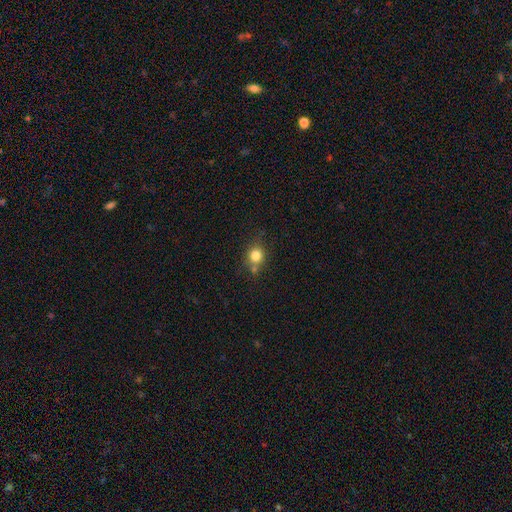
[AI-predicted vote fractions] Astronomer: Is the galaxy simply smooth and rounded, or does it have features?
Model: smooth — 80%.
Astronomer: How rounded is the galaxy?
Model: round — 80%.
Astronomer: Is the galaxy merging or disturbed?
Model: none — 62%.